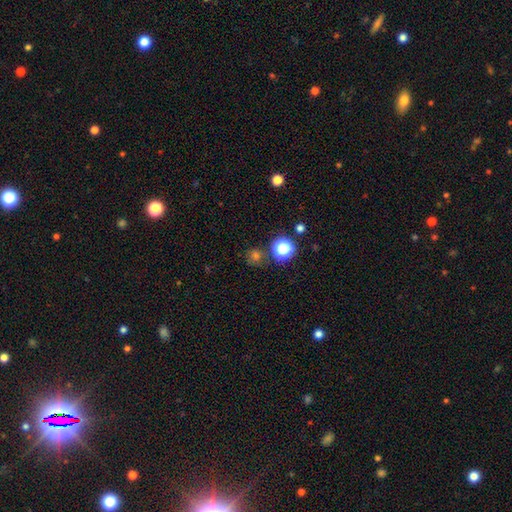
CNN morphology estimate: smooth 60%, star or artifact 34%, featured or disk 7%. Down the decision tree: how rounded — round (87%); merging — none (77%).